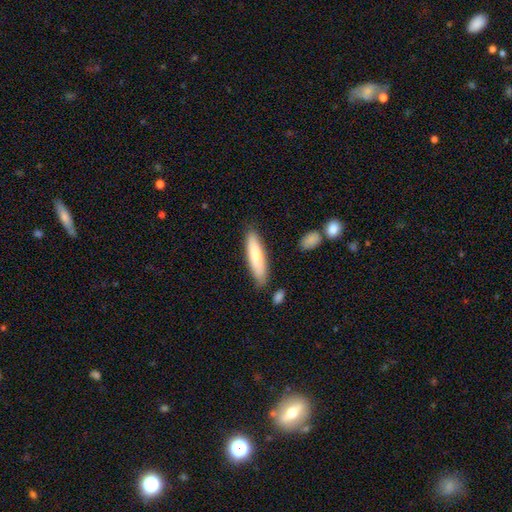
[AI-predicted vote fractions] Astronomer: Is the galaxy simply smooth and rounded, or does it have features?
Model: smooth — 75%.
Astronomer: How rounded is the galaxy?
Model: cigar-shaped — 75%.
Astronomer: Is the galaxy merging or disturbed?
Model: none — 82%.